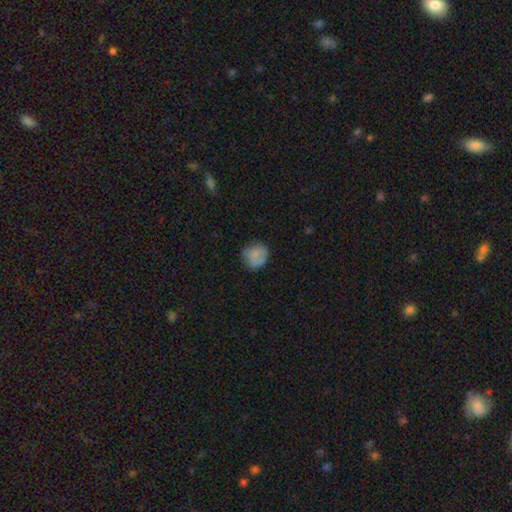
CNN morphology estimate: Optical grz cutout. It shows a smooth galaxy with no disk features (70%) that is round (82%). Merging: none (67%).